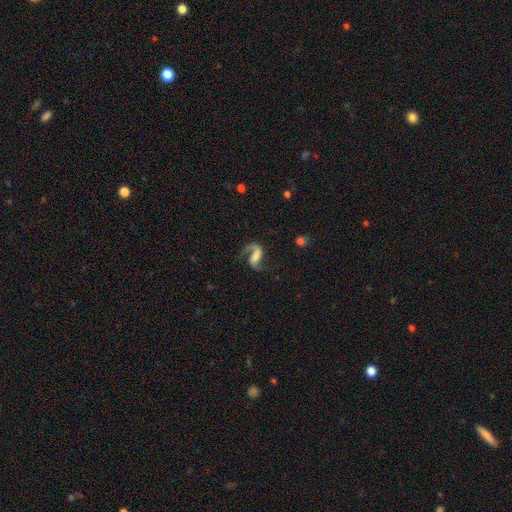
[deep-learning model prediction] This is likely a featured or disk galaxy (79%). It is clearly not viewed edge-on (97%). Bar: marginally weak (39%). Spiral arm pattern: clearly yes (95%). Spiral arm count: likely 2 (63%). Spiral winding: possibly loose (59%). Central bulge: marginally none (35%). Merging: possibly none (54%).